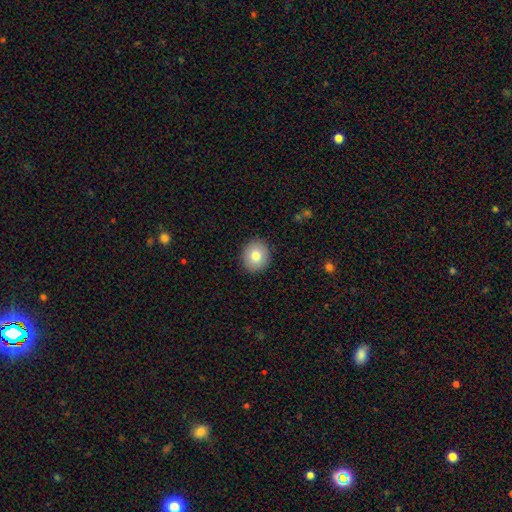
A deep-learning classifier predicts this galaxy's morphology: Q: Smooth or featured?
A: smooth (80%); runner-up: featured or disk (12%)
Q: How rounded?
A: round (80%); runner-up: in between (19%)
Q: Merging?
A: none (90%); runner-up: minor disturbance (7%)